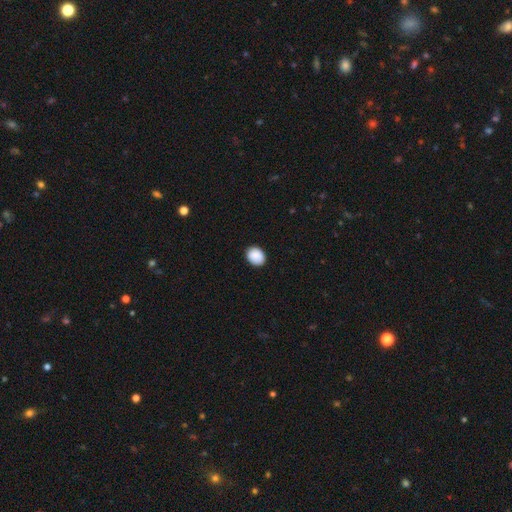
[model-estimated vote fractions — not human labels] This appears to be a smooth galaxy with no disk features (90%) that is in between round and cigar-shaped (51%). Merging: none (88%).